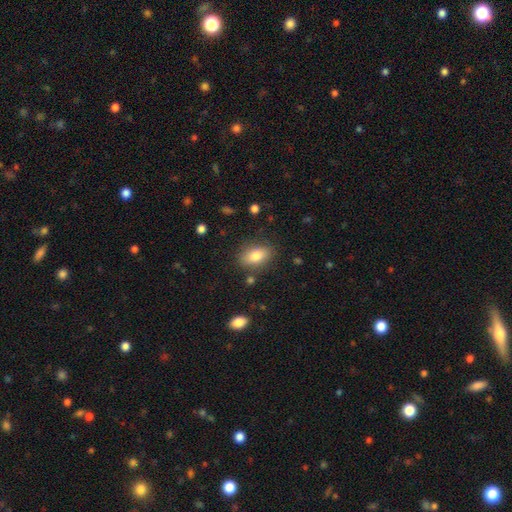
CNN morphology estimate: This appears to be a smooth galaxy with no disk features (79%) that is in between round and cigar-shaped (84%). Merging: none (82%).